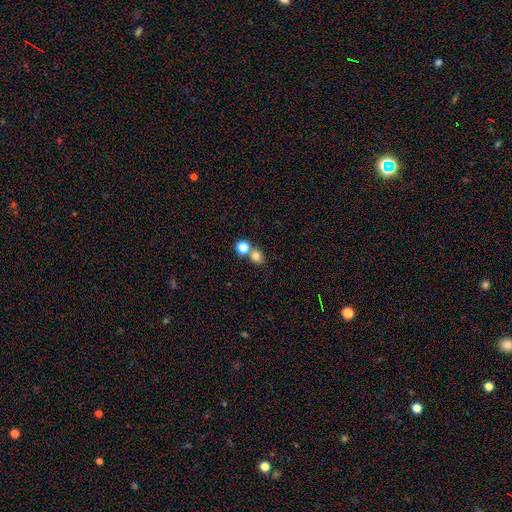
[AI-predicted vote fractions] Smooth or featured? Predicted: smooth (p=0.77). How rounded? Predicted: round (p=0.70). Merging? Predicted: none (p=0.54).